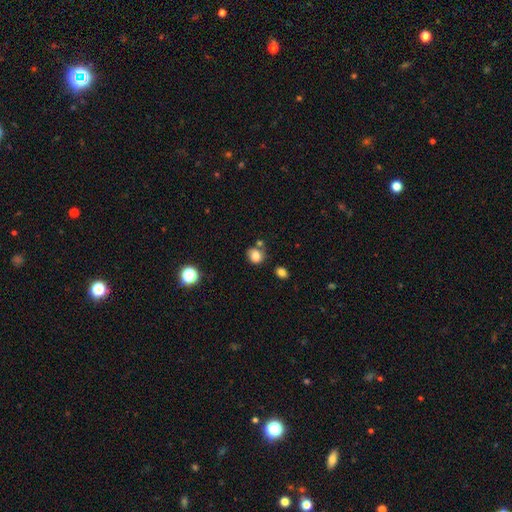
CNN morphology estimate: Overall: smooth (78%). How rounded: round (71%). Merging: none (58%; minor disturbance 19%).